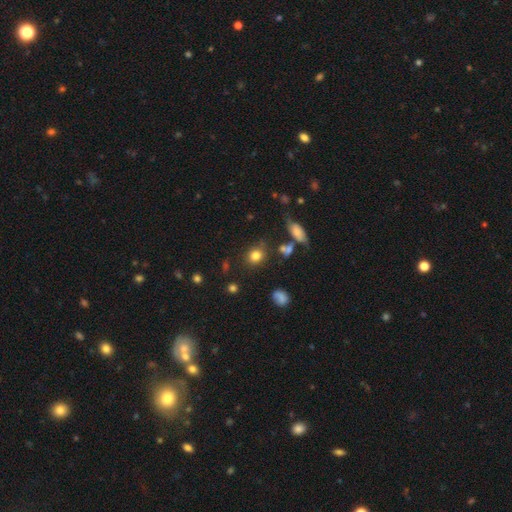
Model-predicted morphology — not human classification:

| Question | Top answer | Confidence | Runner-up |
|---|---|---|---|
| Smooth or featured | smooth | 81% | star or artifact (12%) |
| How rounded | round | 69% | in between (30%) |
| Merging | none | 78% | minor disturbance (12%) |